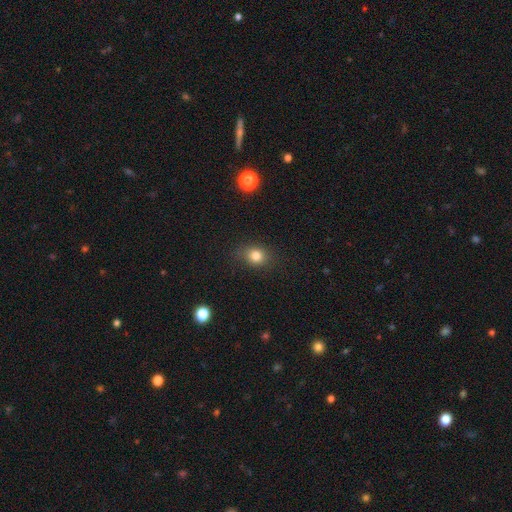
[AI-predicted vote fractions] Smooth or featured?
  - smooth: 80% *
  - star or artifact: 13%
  - featured or disk: 7%
How rounded?
  - round: 61% *
  - in between: 38%
  - cigar-shaped: 1%
Merging?
  - none: 82% *
  - minor disturbance: 13%
  - major disturbance: 4%
  - merger: 1%